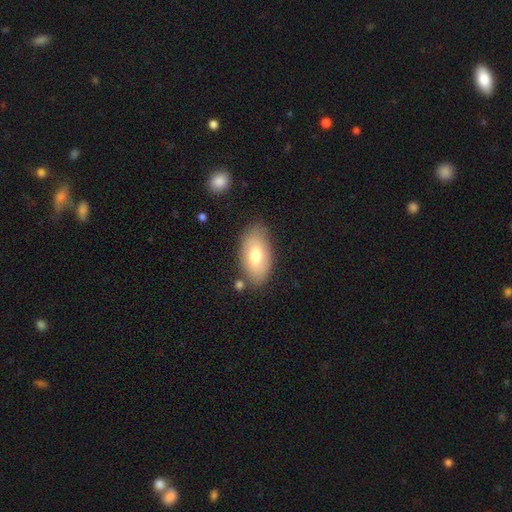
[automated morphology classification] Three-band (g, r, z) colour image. It shows a smooth galaxy with no disk features (72%) that is in between round and cigar-shaped (93%). Merging: none (78%).